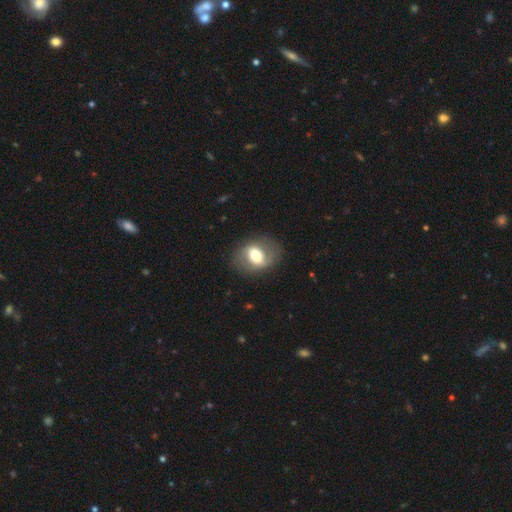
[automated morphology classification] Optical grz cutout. It shows a smooth galaxy with no disk features (47%). Merging: none (80%).